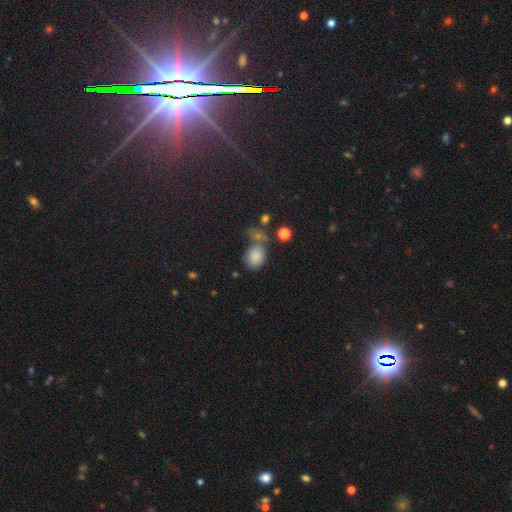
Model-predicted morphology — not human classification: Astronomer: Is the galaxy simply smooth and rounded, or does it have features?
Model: smooth — 82%.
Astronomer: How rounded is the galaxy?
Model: in between — 60% (runner-up: round, 38%).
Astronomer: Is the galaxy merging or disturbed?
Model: none — 52%.